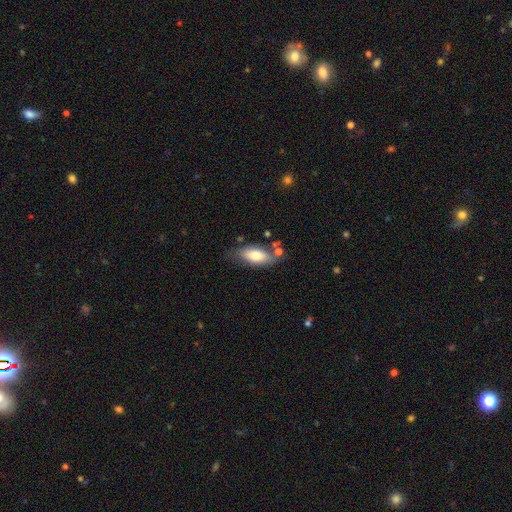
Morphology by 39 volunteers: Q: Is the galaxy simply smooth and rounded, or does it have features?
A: smooth — 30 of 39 (77%).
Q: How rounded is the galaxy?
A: in between — 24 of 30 (80%).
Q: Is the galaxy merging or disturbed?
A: none — 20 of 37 (54%).